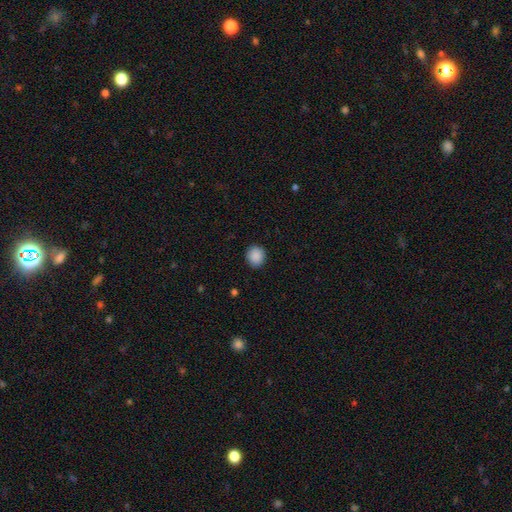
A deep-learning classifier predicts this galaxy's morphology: smooth 89%, star or artifact 8%, featured or disk 2%. Down the decision tree: how rounded — round (83%); merging — none (90%).